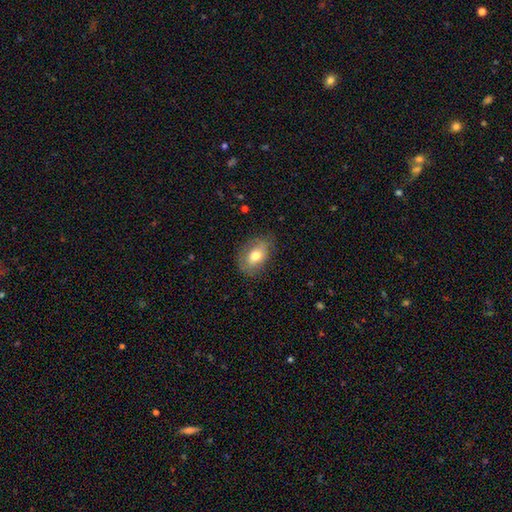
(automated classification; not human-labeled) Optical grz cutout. It shows a smooth galaxy with no disk features (70%) that is in between round and cigar-shaped (82%). Merging: none (76%).